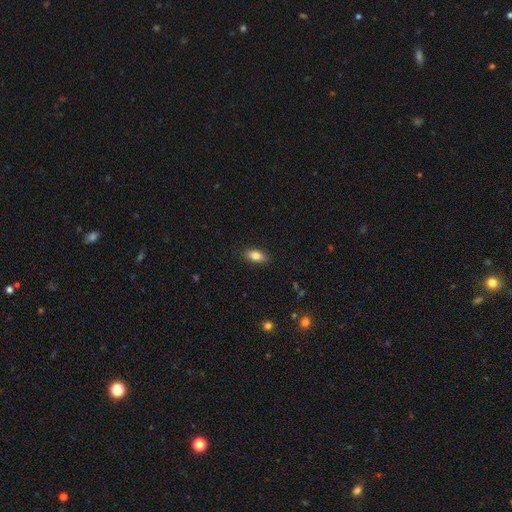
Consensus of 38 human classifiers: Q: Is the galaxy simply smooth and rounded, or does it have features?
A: smooth — 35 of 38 (92%).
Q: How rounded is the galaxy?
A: in between — 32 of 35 (91%).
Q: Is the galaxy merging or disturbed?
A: none — 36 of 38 (95%).